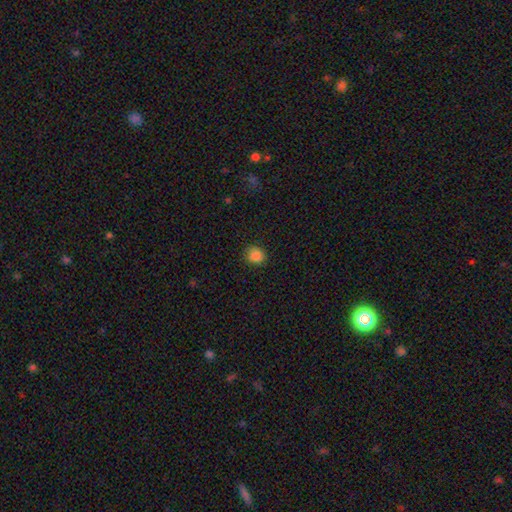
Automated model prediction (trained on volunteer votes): A smooth galaxy with no disk features (85%) that is round (78%).

Vote fractions:
- Smooth or featured? smooth: 85% / star or artifact: 11% / featured or disk: 4%
- How rounded? round: 78% / in between: 21% / cigar-shaped: 1%
- Merging? none: 87% / minor disturbance: 10% / major disturbance: 2% / merger: 1%